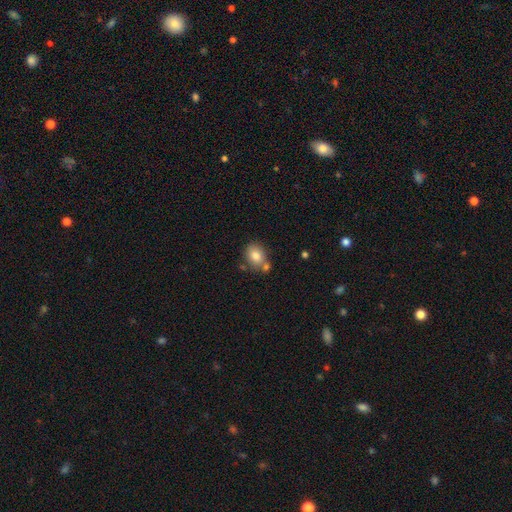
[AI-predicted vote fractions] This appears to be a smooth galaxy with no disk features (80%) that is round (51%). Merging: none (61%).